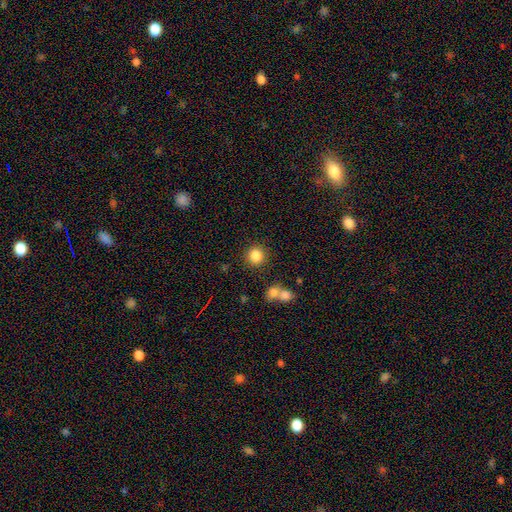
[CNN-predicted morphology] This is clearly a smooth galaxy (85%). How rounded: clearly round (89%). Merging: clearly none (83%).